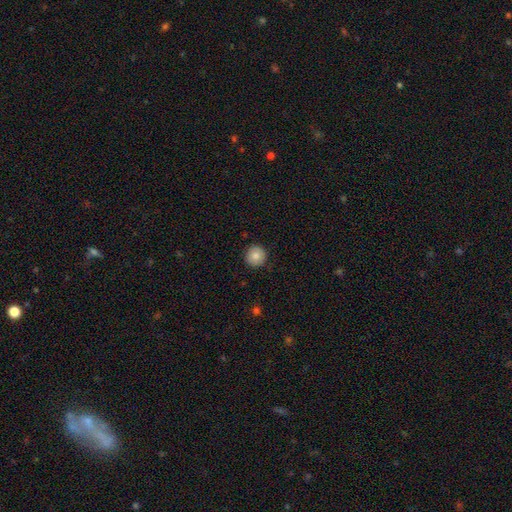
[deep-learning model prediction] A smooth galaxy with no disk features (85%) that is round (95%). Merging: none (91%).